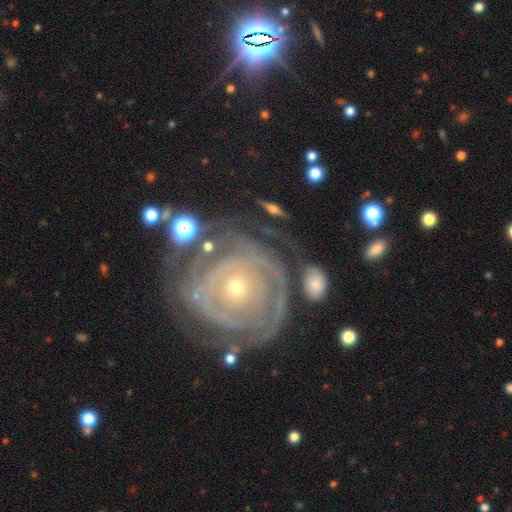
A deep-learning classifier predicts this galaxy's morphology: smooth-or-featured: featured or disk: 85% | smooth: 8% | star or artifact: 7%
  disk-edge-on: no: 97% | yes: 3%
    bar: no: 81% | weak: 13% | strong: 6%
    has-spiral-arms: yes: 90% | no: 10%
      spiral-winding: tight: 84% | medium: 12% | loose: 4%
      spiral-arm-count: can't tell: 39% | 2: 21% | 3: 16% | 4: 10% | more than 4: 8% | 1: 7%
    bulge-size: small: 68% | moderate: 29% | large: 1% | none: 1% | dominant: 1%
  merging: none: 66% | minor disturbance: 18% | major disturbance: 11% | merger: 5%